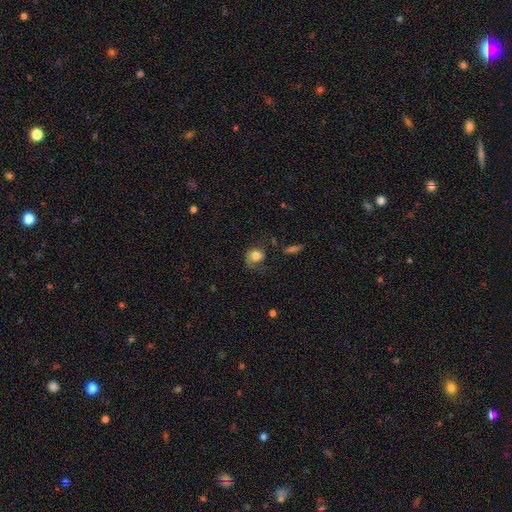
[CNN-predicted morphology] Smooth or featured? Predicted: smooth (p=0.76). How rounded? Predicted: round (p=0.56). Merging? Predicted: none (p=0.43).